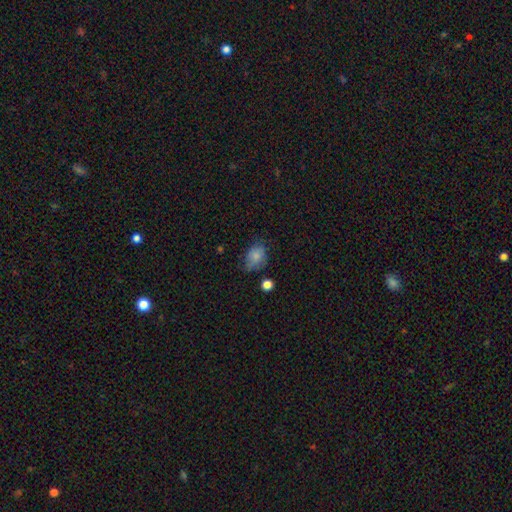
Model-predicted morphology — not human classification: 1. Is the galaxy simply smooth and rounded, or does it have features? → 81% smooth, 10% featured or disk, 9% star or artifact.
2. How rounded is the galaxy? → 68% in between, 31% round, 1% cigar-shaped.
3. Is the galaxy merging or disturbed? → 56% none, 31% minor disturbance, 10% major disturbance, 4% merger.